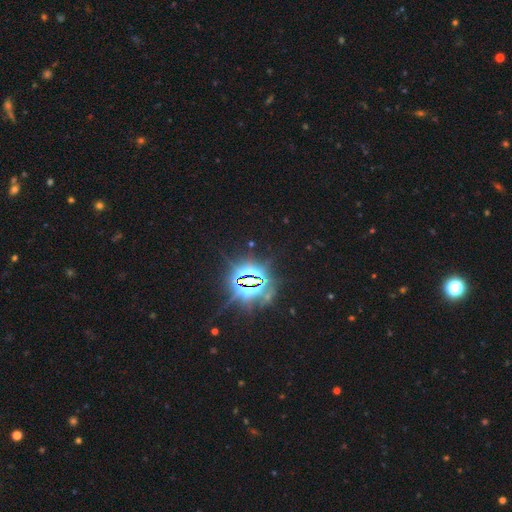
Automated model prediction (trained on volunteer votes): Smooth or featured: star or artifact — 84% (smooth — 9%)